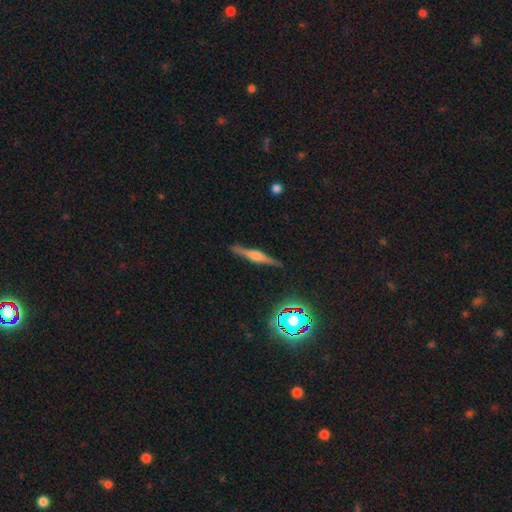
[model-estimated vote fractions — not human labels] smooth_or_featured: featured or disk (p=0.77) [alt: smooth p=0.14]
disk_edge_on: yes (p=0.98) [alt: no p=0.02]
edge_on_bulge: rounded (p=0.81) [alt: boxy p=0.15]
merging: none (p=0.90) [alt: minor disturbance p=0.07]